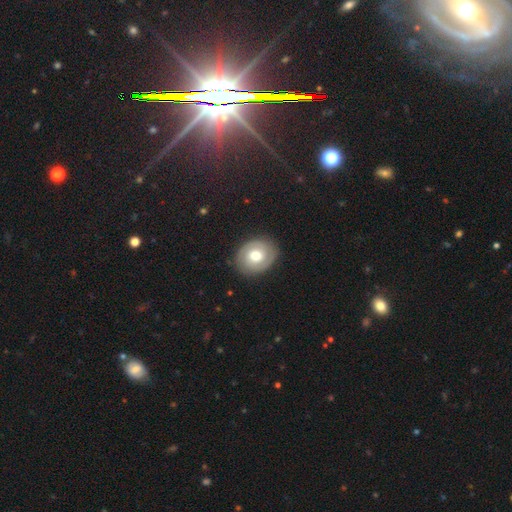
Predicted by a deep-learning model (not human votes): This is possibly a featured or disk galaxy (49%). Merging: clearly none (84%).